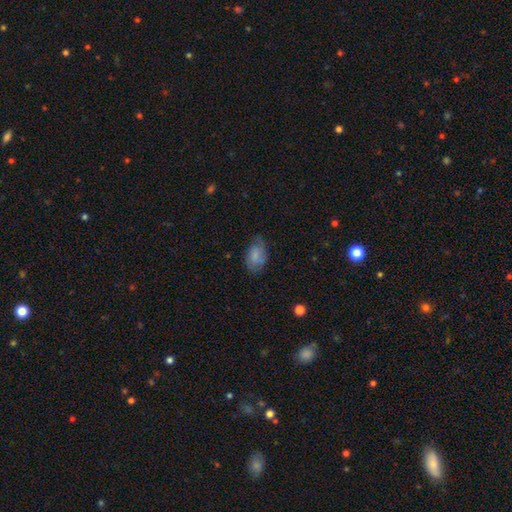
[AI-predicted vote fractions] smooth_or_featured: smooth (p=0.79) [alt: featured or disk p=0.14]
how_rounded: in between (p=0.90) [alt: round p=0.08]
merging: none (p=0.63) [alt: minor disturbance p=0.29]